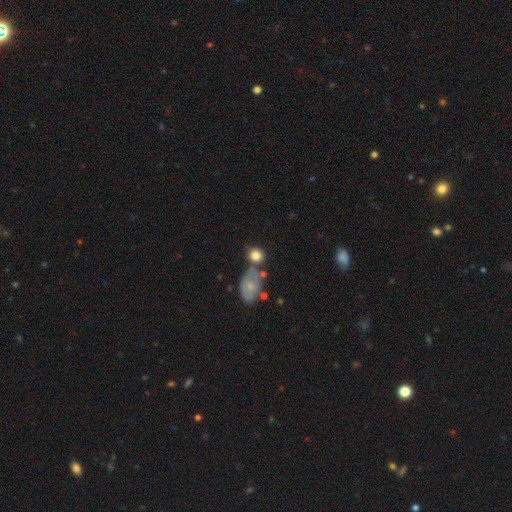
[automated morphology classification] This appears to be a smooth galaxy with no disk features (80%) that is round (66%). Merging: none (55%).